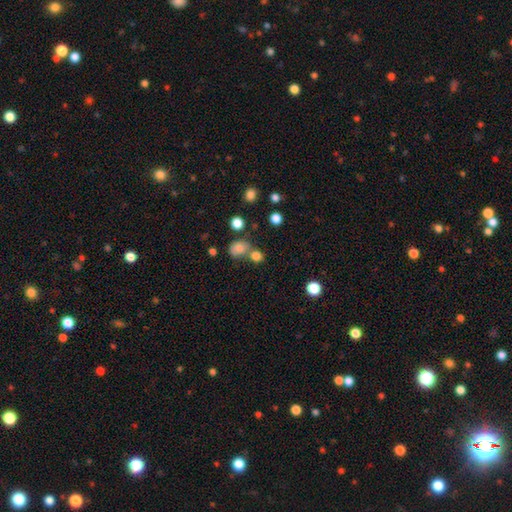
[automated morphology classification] This is likely a smooth galaxy (79%). How rounded: likely round (71%). Merging: possibly none (54%).